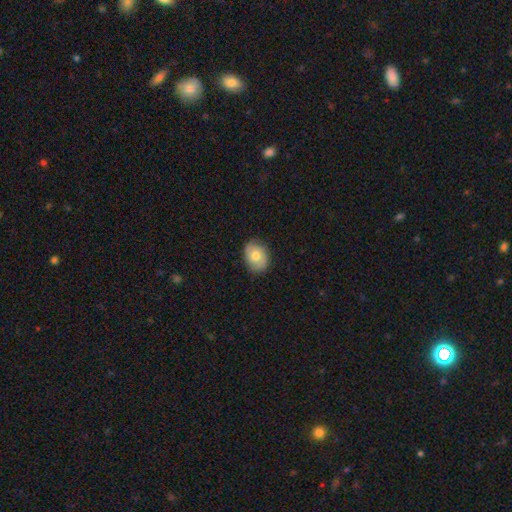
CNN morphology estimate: The model was most divided on "how rounded": in between: 56%, round: 43%, cigar-shaped: 1%. More confident: merging — none (80%); smooth or featured — smooth (59%).